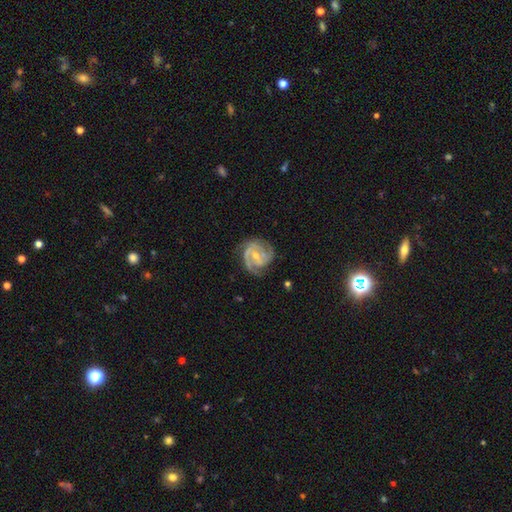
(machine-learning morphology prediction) Overall: featured or disk (88%). Edge-on disk: no (98%). Bar: weak (47%; no 37%). Spiral arms: yes (97%). Spiral arm count: 2 (54%; 3 25%). Spiral winding: tight (54%; medium 39%). Bulge size: small (50%; moderate 46%). Merging: none (70%).